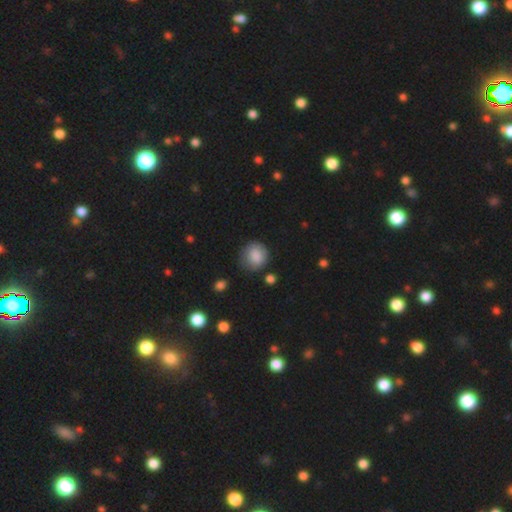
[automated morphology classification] This appears to be a smooth galaxy with no disk features (83%) that is round (83%). Merging: none (71%).